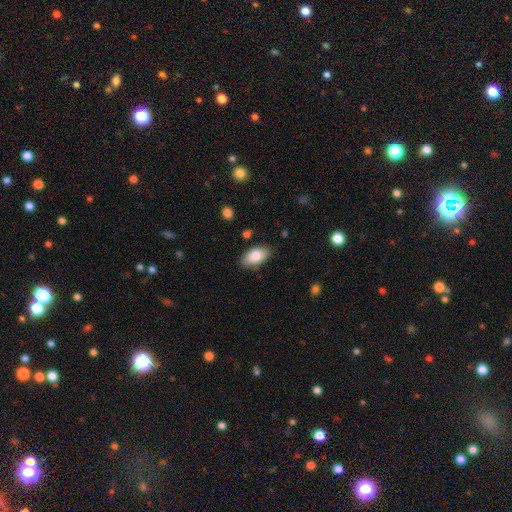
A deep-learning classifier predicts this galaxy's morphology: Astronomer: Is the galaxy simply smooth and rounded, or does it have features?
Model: smooth — 84%.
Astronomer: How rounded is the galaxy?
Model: in between — 93%.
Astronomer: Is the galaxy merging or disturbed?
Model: none — 83%.